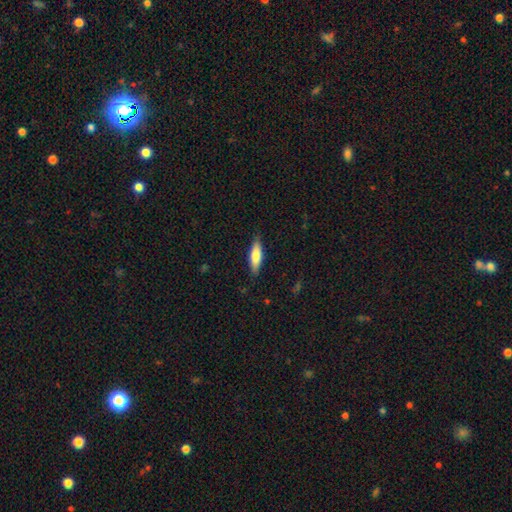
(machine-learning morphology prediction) Smooth or featured: smooth — 71% (featured or disk — 23%)
How rounded: cigar-shaped — 55% (in between — 43%)
Merging: none — 86% (minor disturbance — 11%)